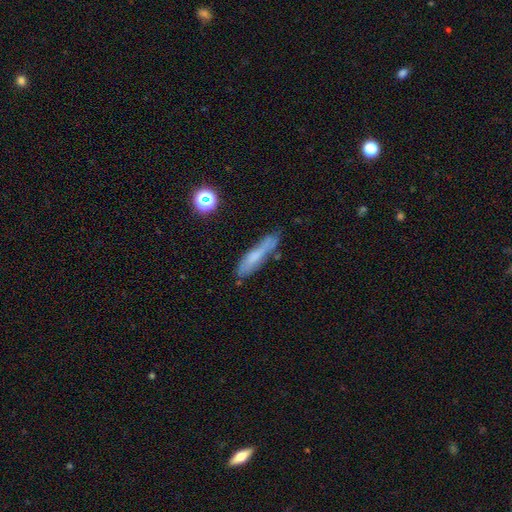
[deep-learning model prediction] A smooth galaxy with no disk features (58%) that is cigar-shaped (83%). Merging: none (64%).